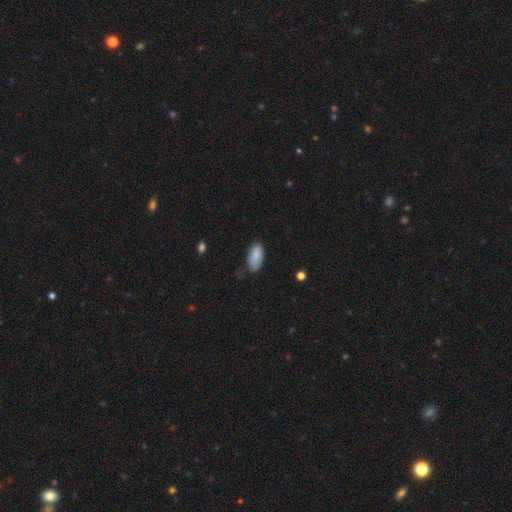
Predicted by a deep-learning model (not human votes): A smooth galaxy with no disk features (85%) that is in between round and cigar-shaped (93%). Merging: none (49%).